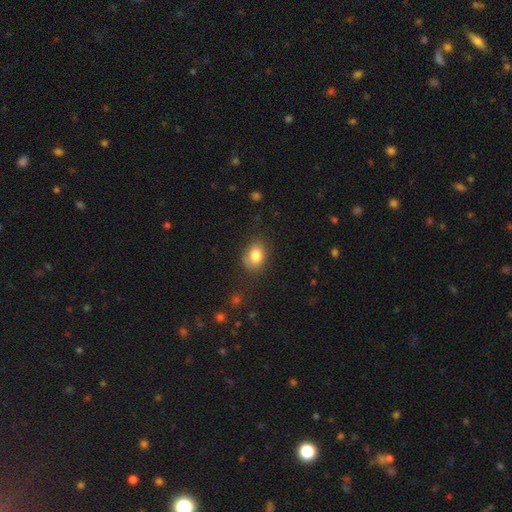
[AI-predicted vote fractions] Smooth or featured?
  - smooth: 82% *
  - featured or disk: 9%
  - star or artifact: 9%
How rounded?
  - in between: 64% *
  - round: 35%
  - cigar-shaped: 1%
Merging?
  - none: 72% *
  - minor disturbance: 20%
  - major disturbance: 6%
  - merger: 2%